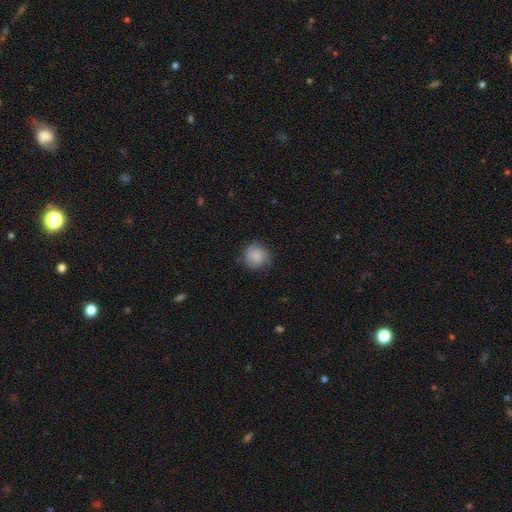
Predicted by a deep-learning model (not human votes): Smooth or featured? Predicted: smooth (p=0.81). How rounded? Predicted: round (p=0.89). Merging? Predicted: none (p=0.73).